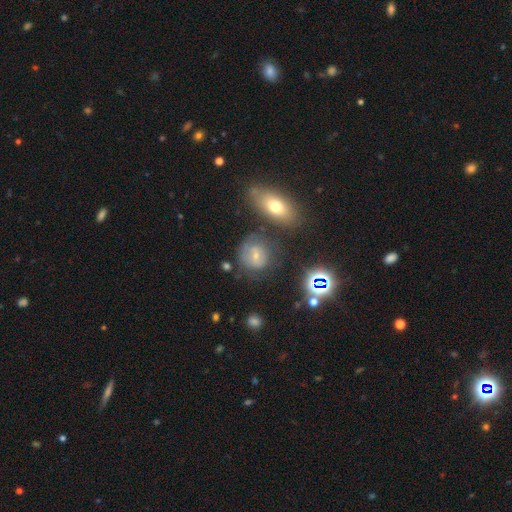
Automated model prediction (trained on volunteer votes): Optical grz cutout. It shows a smooth galaxy with no disk features (50%) that is round (74%). Merging: none (59%).